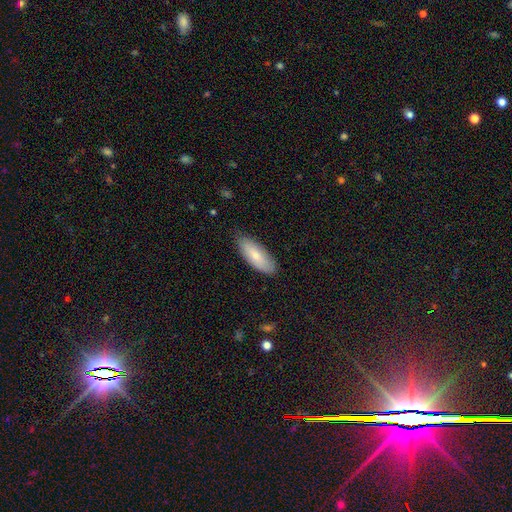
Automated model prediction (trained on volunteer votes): This is likely a smooth galaxy (74%). How rounded: likely in between (73%). Merging: clearly none (81%).